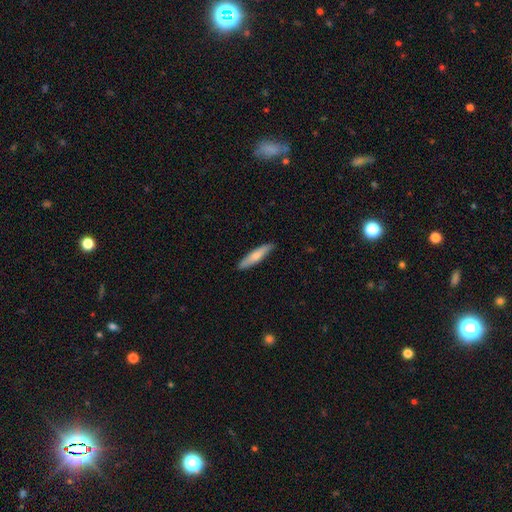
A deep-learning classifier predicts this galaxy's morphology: Smooth or featured? Predicted: smooth (p=0.69). How rounded? Predicted: cigar-shaped (p=0.84). Merging? Predicted: none (p=0.87).